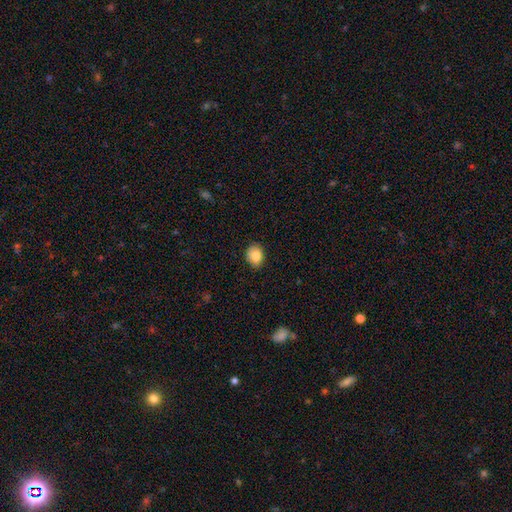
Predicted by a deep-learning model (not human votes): smooth-or-featured: smooth: 83% | featured or disk: 9% | star or artifact: 9%
  how-rounded: in between: 60% | round: 39% | cigar-shaped: 1%
  merging: none: 82% | minor disturbance: 15% | major disturbance: 2% | merger: 1%